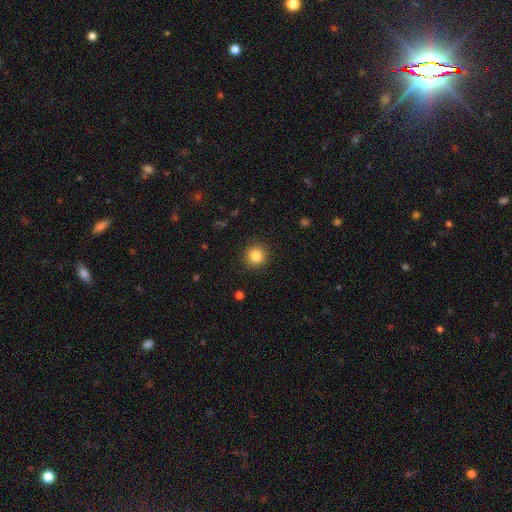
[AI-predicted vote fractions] smooth_or_featured: smooth (p=0.86) [alt: star or artifact p=0.10]
how_rounded: round (p=0.94) [alt: in between p=0.05]
merging: none (p=0.91) [alt: minor disturbance p=0.06]